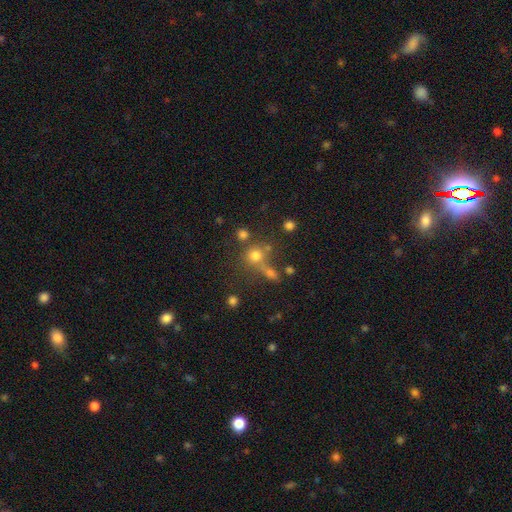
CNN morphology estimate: Q: Smooth or featured?
A: smooth (70%); runner-up: star or artifact (19%)
Q: How rounded?
A: round (86%); runner-up: in between (12%)
Q: Merging?
A: none (55%); runner-up: merger (28%)